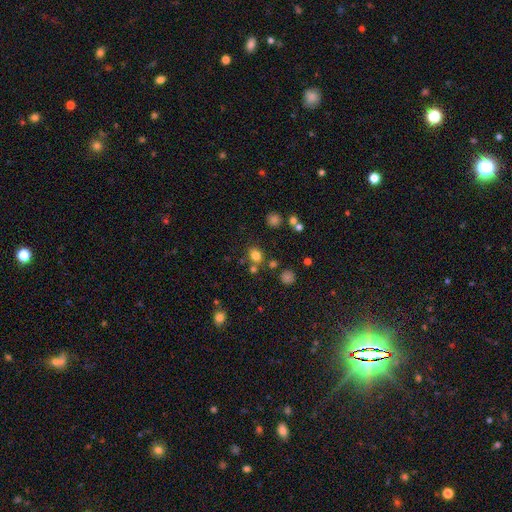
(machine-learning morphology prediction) This is likely a smooth galaxy (77%). How rounded: likely round (64%). Merging: likely none (74%).